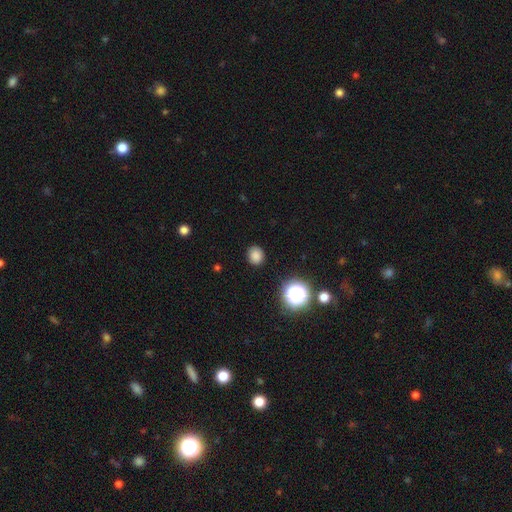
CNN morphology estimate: A smooth galaxy with no disk features (81%) that is round (77%).

Vote fractions:
- Smooth or featured? smooth: 81% / star or artifact: 15% / featured or disk: 4%
- How rounded? round: 77% / in between: 22% / cigar-shaped: 1%
- Merging? none: 88% / minor disturbance: 8% / major disturbance: 2% / merger: 1%